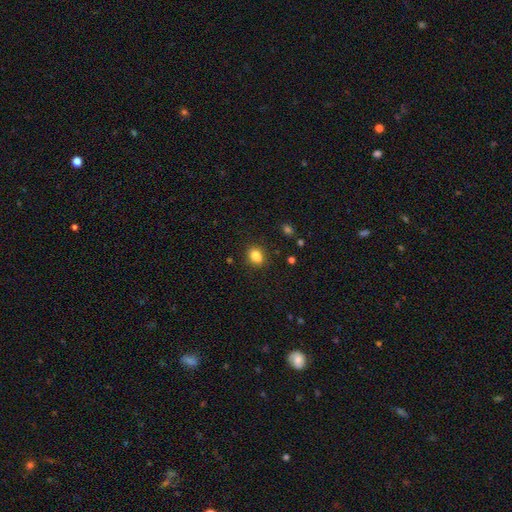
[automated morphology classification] Overall: smooth (83%). How rounded: in between (63%; round 35%). Merging: none (80%).